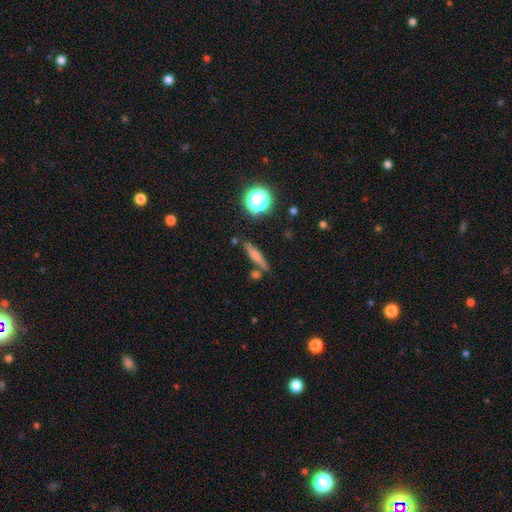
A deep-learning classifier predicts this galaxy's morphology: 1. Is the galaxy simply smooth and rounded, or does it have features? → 55% smooth, 34% featured or disk, 11% star or artifact.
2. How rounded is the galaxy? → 79% cigar-shaped, 13% in between, 7% round.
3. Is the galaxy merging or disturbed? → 78% none, 12% minor disturbance, 8% merger, 3% major disturbance.